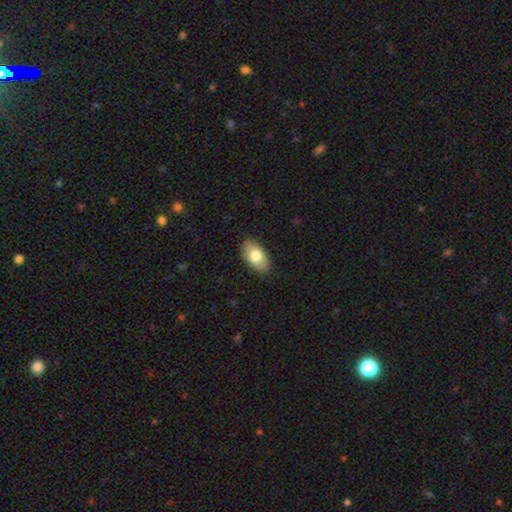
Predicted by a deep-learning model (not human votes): Overall: smooth (76%). How rounded: in between (93%). Merging: none (85%).